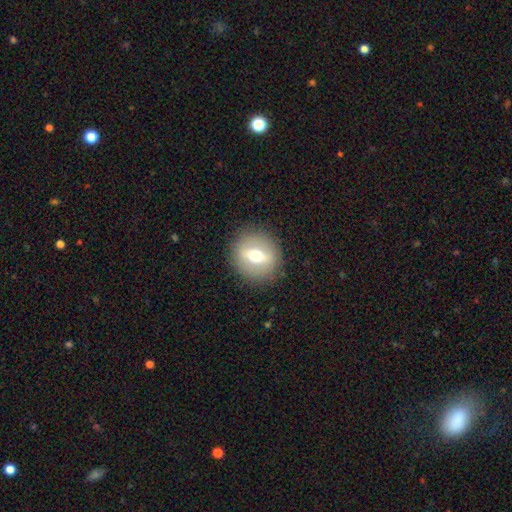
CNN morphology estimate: smooth_or_featured: featured or disk (p=0.47) [alt: smooth p=0.45]
merging: none (p=0.88) [alt: minor disturbance p=0.08]